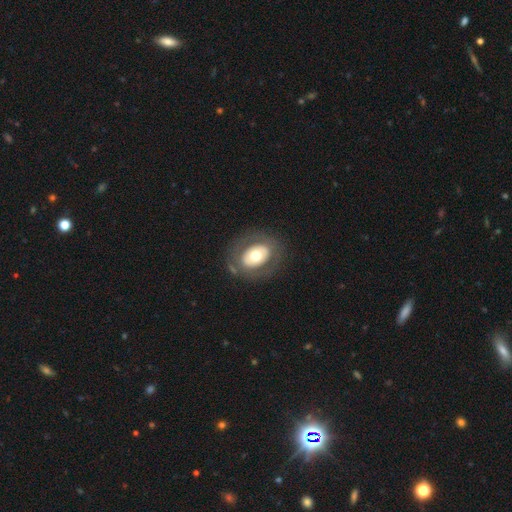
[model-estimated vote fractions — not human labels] Overall: smooth (50%; featured or disk 43%). How rounded: in between (61%; round 38%). Merging: none (80%).